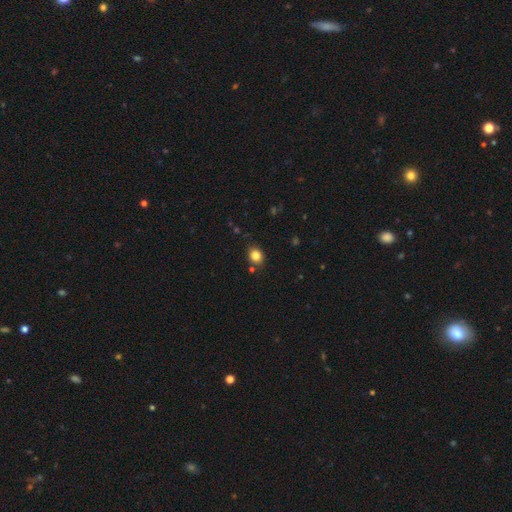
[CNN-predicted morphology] Smooth or featured: smooth — 83% (star or artifact — 11%)
How rounded: round — 59% (in between — 41%)
Merging: none — 82% (minor disturbance — 11%)